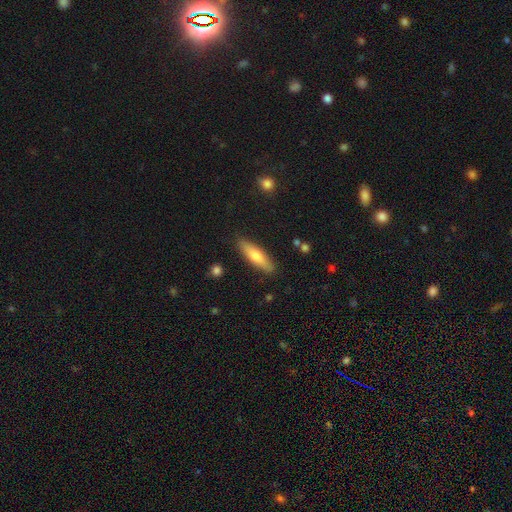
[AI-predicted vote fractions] The model was most divided on "how rounded": cigar-shaped: 64%, in between: 34%, round: 2%. More confident: merging — none (88%); smooth or featured — smooth (64%).